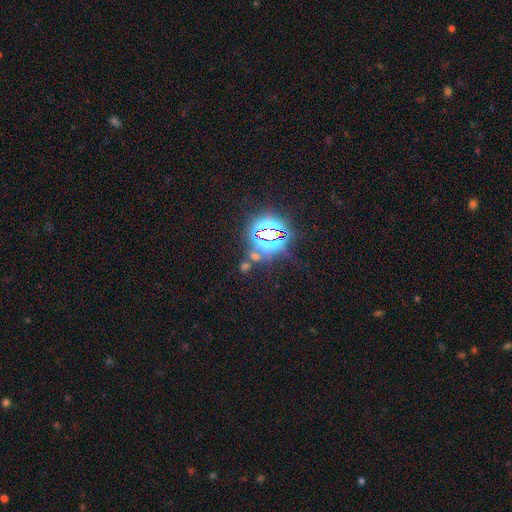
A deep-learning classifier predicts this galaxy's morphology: Smooth or featured?
  - star or artifact: 80% *
  - smooth: 12%
  - featured or disk: 8%